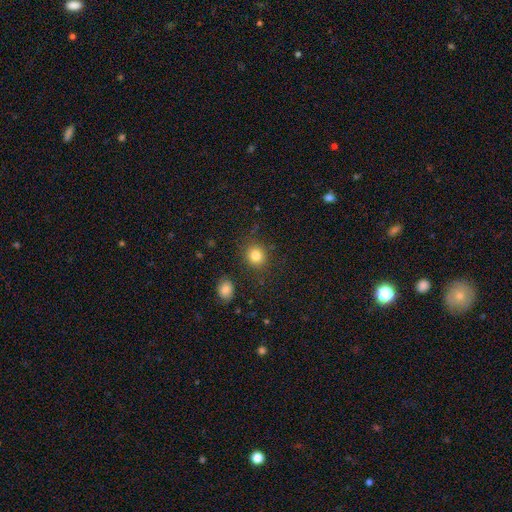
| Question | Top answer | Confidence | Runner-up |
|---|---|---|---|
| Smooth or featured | smooth | 88% | star or artifact (12%) |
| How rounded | round | 77% | in between (23%) |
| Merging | none | 86% | minor disturbance (11%) |